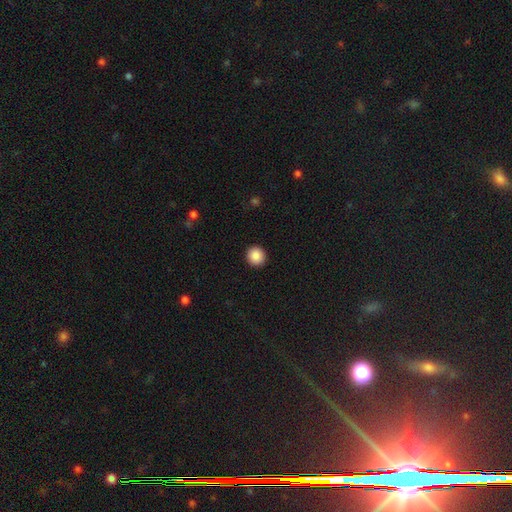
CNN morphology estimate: This is clearly a smooth galaxy (88%). How rounded: clearly round (93%). Merging: clearly none (93%).